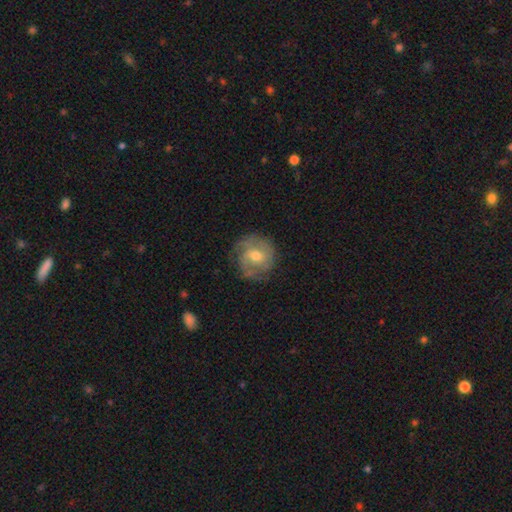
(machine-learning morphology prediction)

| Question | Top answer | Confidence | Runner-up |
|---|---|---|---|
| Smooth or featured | featured or disk | 67% | smooth (26%) |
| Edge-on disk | no | 97% | yes (3%) |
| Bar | no | 59% | weak (35%) |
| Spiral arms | yes | 86% | no (14%) |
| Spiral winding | tight | 44% | medium (40%) |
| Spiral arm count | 2 | 41% | can't tell (28%) |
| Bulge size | moderate | 65% | small (30%) |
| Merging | none | 72% | minor disturbance (19%) |